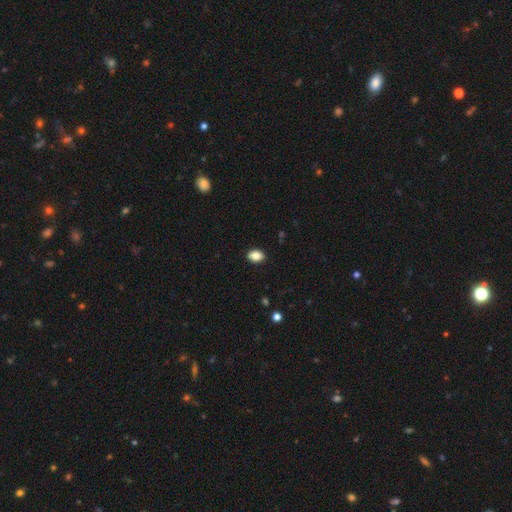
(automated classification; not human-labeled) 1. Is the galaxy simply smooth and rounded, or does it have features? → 86% smooth, 8% star or artifact, 5% featured or disk.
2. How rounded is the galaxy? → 79% in between, 19% round, 1% cigar-shaped.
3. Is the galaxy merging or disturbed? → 90% none, 7% minor disturbance, 2% major disturbance, 1% merger.